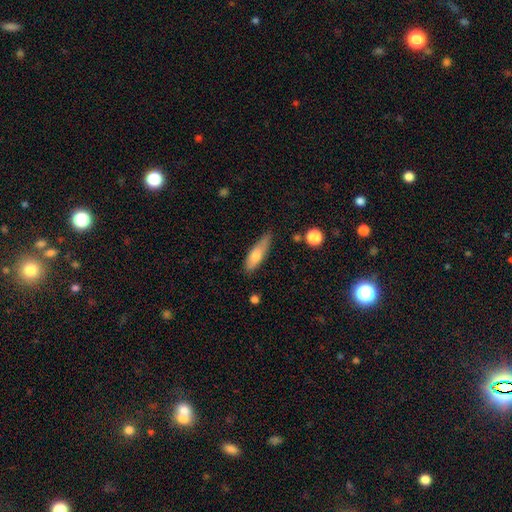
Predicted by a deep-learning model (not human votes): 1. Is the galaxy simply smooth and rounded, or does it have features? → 69% smooth, 24% featured or disk, 6% star or artifact.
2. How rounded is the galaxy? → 55% cigar-shaped, 43% in between, 2% round.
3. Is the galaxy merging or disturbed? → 64% none, 28% minor disturbance, 5% major disturbance, 3% merger.